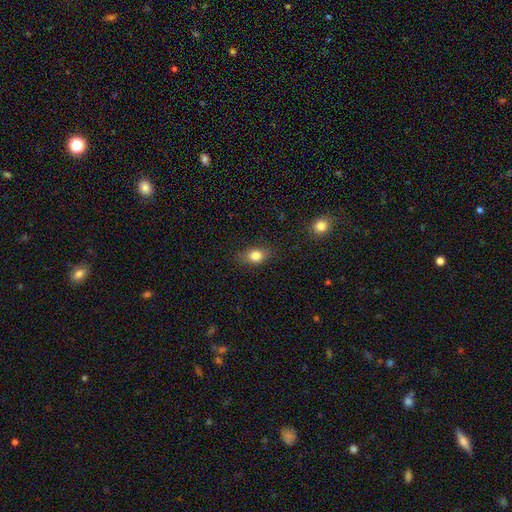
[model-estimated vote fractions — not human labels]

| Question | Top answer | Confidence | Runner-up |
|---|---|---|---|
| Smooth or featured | smooth | 81% | star or artifact (10%) |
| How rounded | in between | 72% | round (24%) |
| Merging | none | 79% | minor disturbance (16%) |